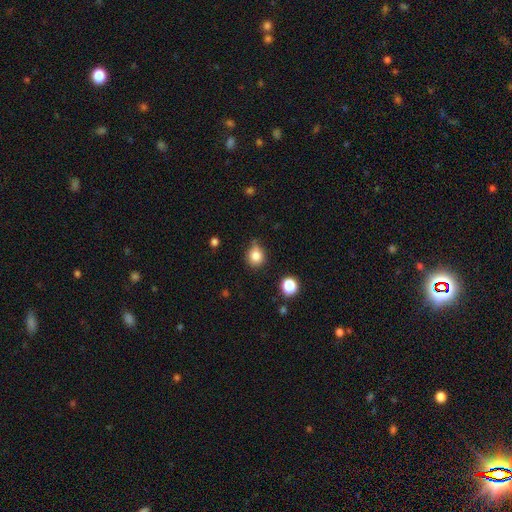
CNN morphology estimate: The model was most divided on "merging": none: 66%, minor disturbance: 24%, major disturbance: 5%, merger: 5%. More confident: smooth or featured — smooth (82%); how rounded — round (80%).